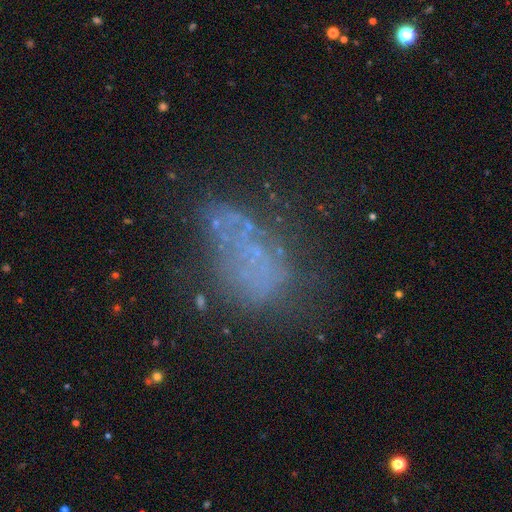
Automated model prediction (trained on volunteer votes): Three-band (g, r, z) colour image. It shows a featured or disk galaxy (42%). Merging: none (43%).